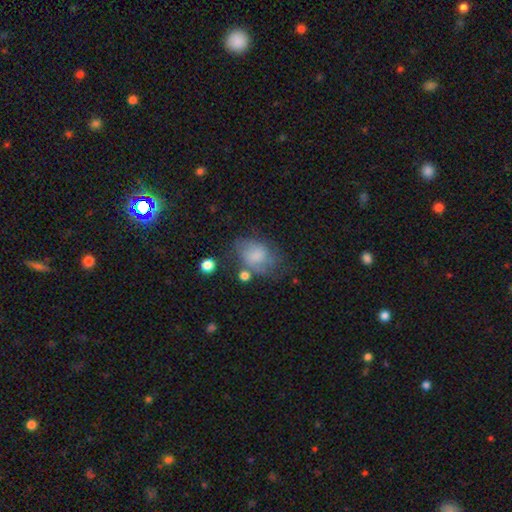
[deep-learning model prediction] smooth-or-featured: smooth: 69% | featured or disk: 21% | star or artifact: 10%
  how-rounded: in between: 70% | round: 29% | cigar-shaped: 1%
  merging: none: 42% | minor disturbance: 28% | major disturbance: 22% | merger: 9%